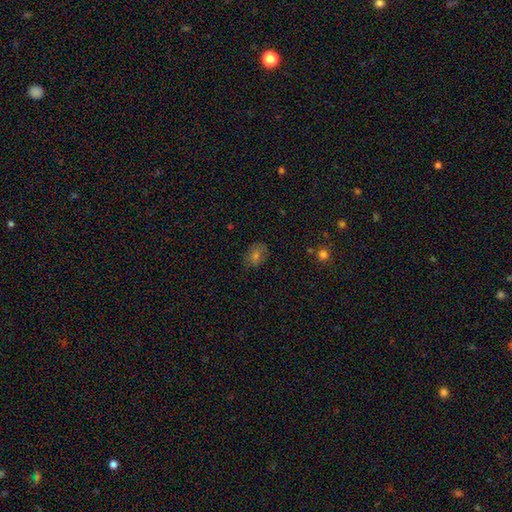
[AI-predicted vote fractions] The model was most divided on "smooth or featured": smooth: 47%, featured or disk: 28%, star or artifact: 24%. More confident: merging — none (77%).